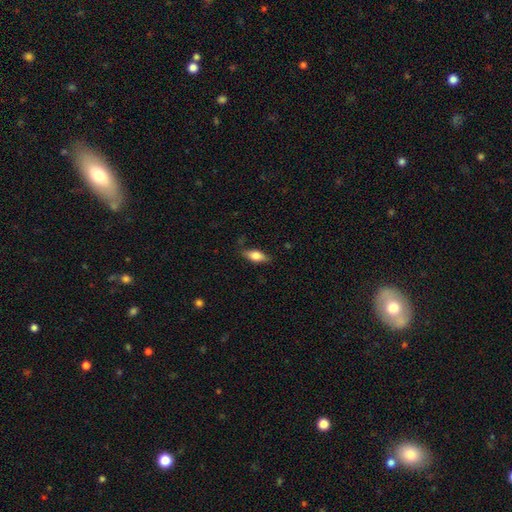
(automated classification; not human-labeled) This appears to be a smooth galaxy with no disk features (71%) that is in between round and cigar-shaped (77%). Merging: none (80%).